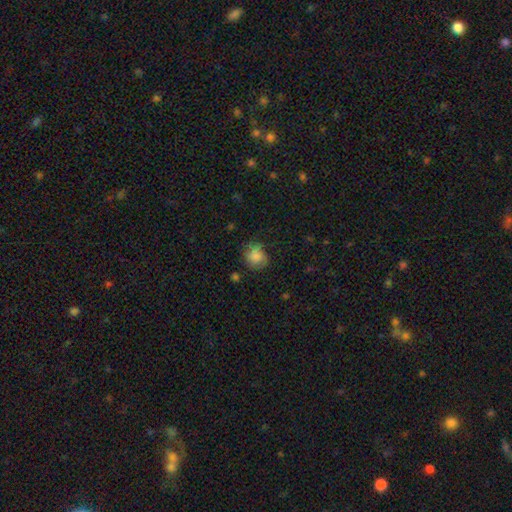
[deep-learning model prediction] Morphology: type=smooth (73%); roundness=round (73%); merging=none (57%).